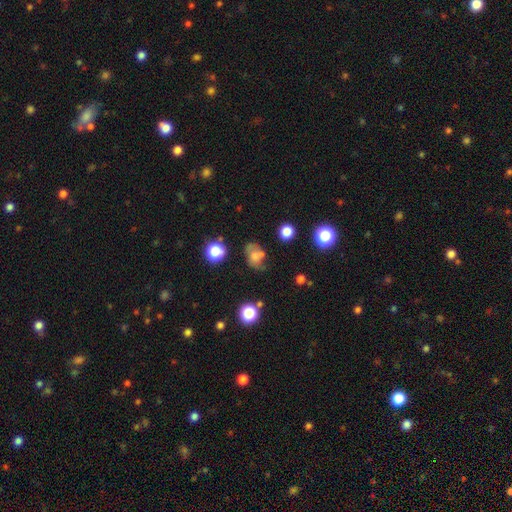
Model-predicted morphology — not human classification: smooth-or-featured: smooth: 58% | featured or disk: 25% | star or artifact: 17%
  how-rounded: in between: 60% | round: 39% | cigar-shaped: 1%
  merging: none: 44% | minor disturbance: 26% | major disturbance: 16% | merger: 13%